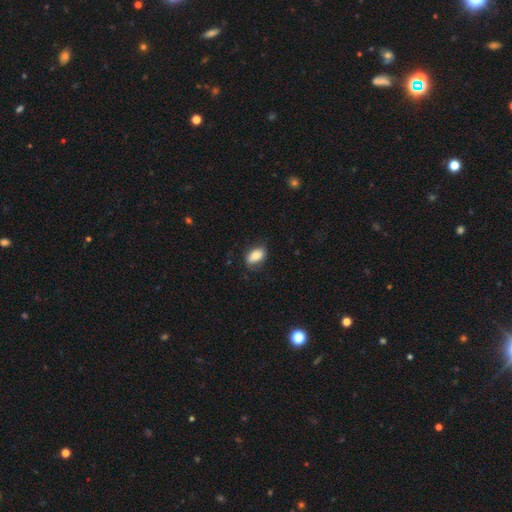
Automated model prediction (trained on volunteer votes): Morphology: type=smooth (81%); roundness=in between (90%); merging=none (74%).